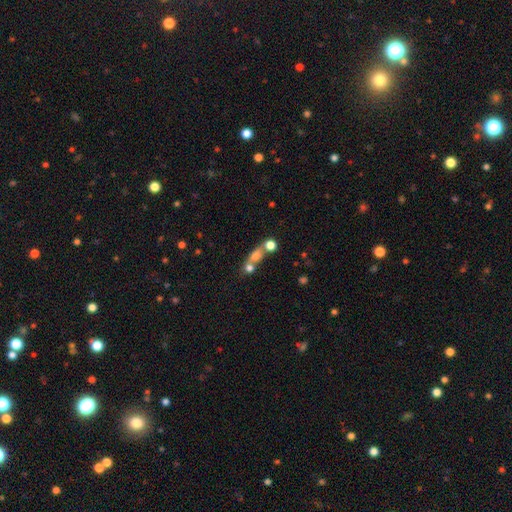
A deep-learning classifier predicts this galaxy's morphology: Overall: smooth (64%). How rounded: round (44%; in between 38%). Merging: merger (51%; none 33%).